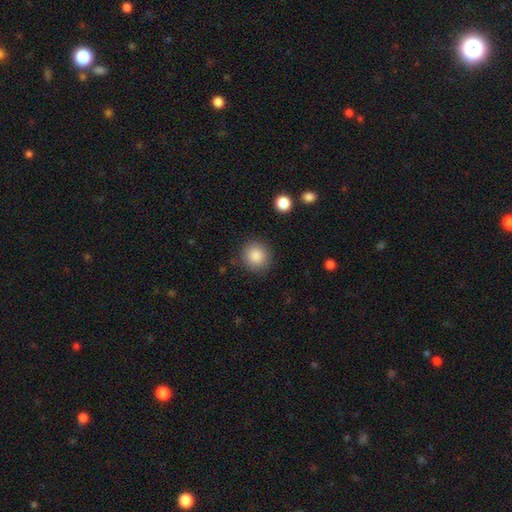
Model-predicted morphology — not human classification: Overall: smooth (87%). How rounded: round (92%). Merging: none (88%).